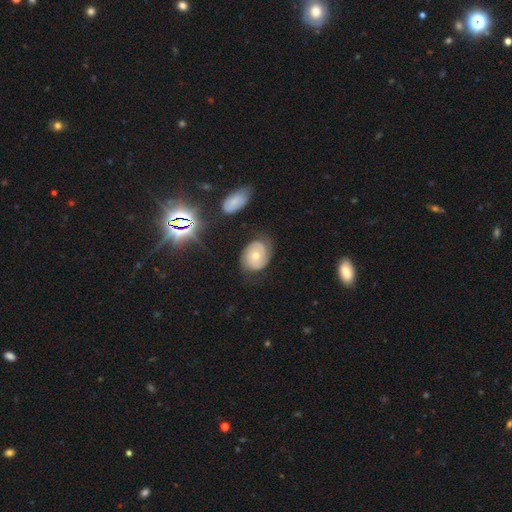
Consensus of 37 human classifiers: Smooth or featured? 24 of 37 (65%) said featured or disk. Edge-on disk? 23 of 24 (96%) said no. Bar? 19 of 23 (83%) said no. Spiral arms? 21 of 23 (91%) said yes. Spiral winding? 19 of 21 (90%) said tight. Spiral arm count? 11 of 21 (52%) said 2. Bulge size? 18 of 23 (78%) said moderate. Merging? 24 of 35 (69%) said none.